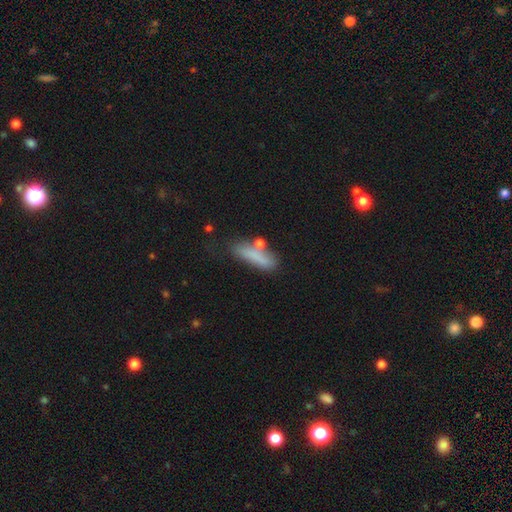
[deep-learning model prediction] A smooth galaxy with no disk features (75%) that is cigar-shaped (66%). Merging: none (55%).